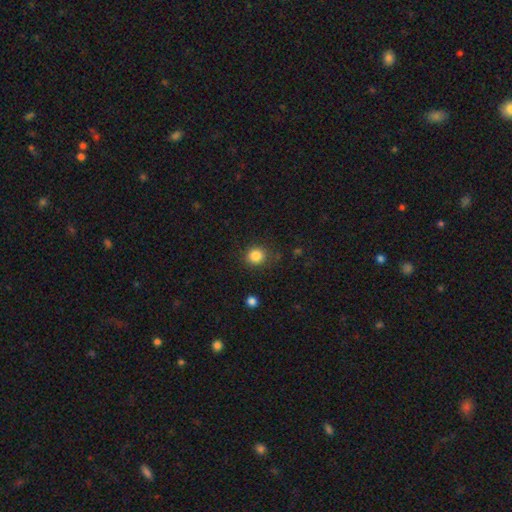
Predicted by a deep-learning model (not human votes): Smooth or featured? smooth (85%)
How rounded? round (86%)
Merging? none (84%)